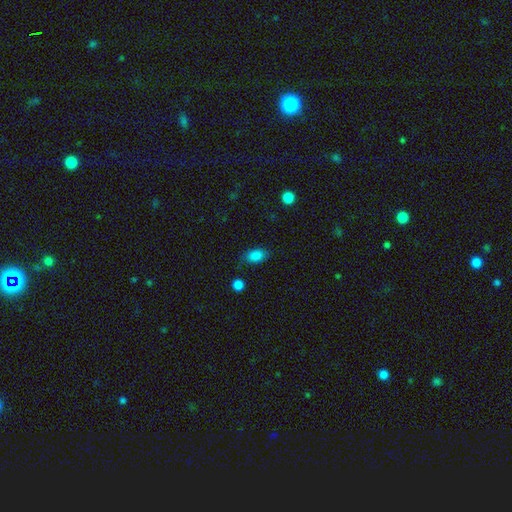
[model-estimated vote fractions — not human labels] Overall: smooth (86%). How rounded: in between (87%). Merging: none (74%).